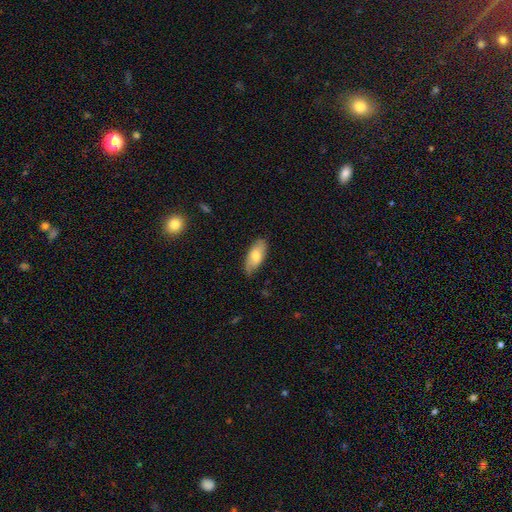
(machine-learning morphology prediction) This appears to be a smooth galaxy with no disk features (71%) that is in between round and cigar-shaped (87%). Merging: none (78%).